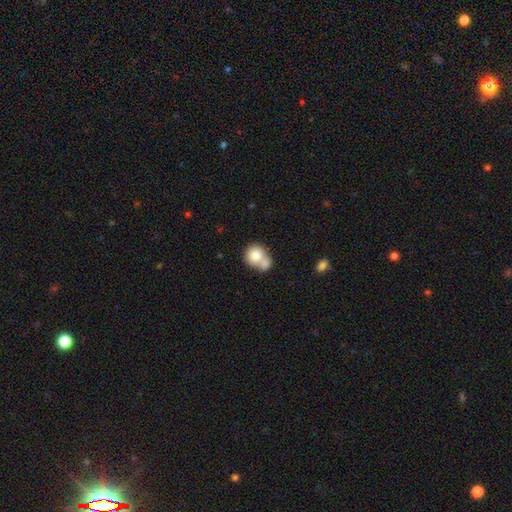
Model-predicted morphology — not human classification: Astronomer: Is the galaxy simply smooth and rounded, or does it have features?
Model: smooth — 77%.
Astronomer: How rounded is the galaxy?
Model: round — 70%.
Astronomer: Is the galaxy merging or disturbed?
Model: merger — 57%.